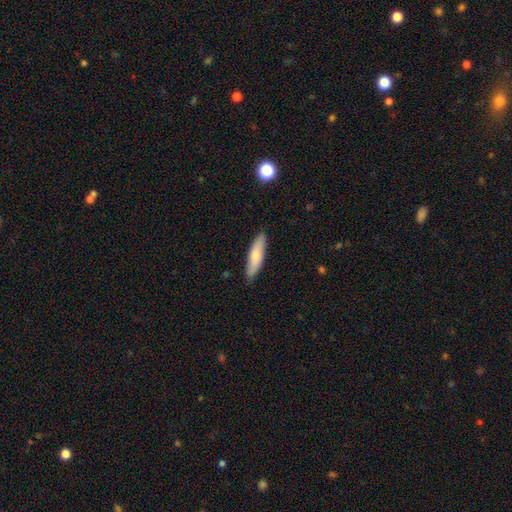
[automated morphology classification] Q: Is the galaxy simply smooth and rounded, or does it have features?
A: smooth — 69%.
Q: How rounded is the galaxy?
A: cigar-shaped — 63%.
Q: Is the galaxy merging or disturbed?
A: none — 86%.